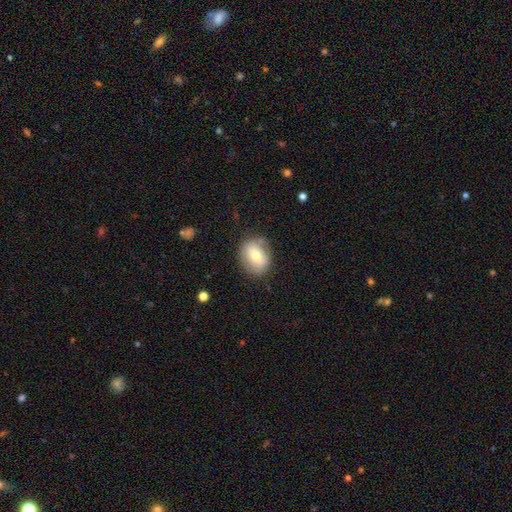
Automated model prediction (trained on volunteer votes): smooth-or-featured: smooth: 67% | featured or disk: 25% | star or artifact: 8%
  how-rounded: in between: 56% | round: 43% | cigar-shaped: 1%
  merging: none: 77% | minor disturbance: 16% | major disturbance: 5% | merger: 2%